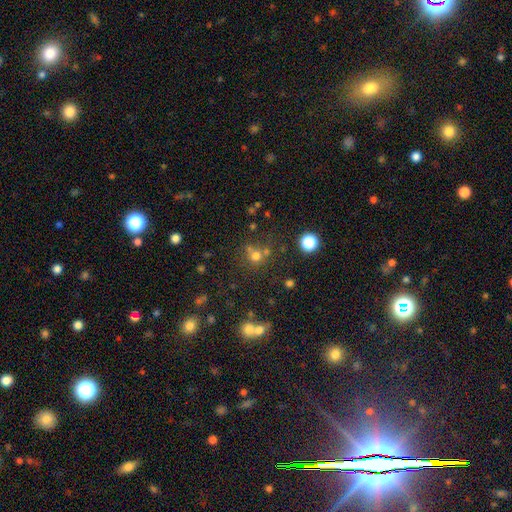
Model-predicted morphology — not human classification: smooth 66%, star or artifact 24%, featured or disk 10%. Down the decision tree: how rounded — round (88%); merging — none (62%).